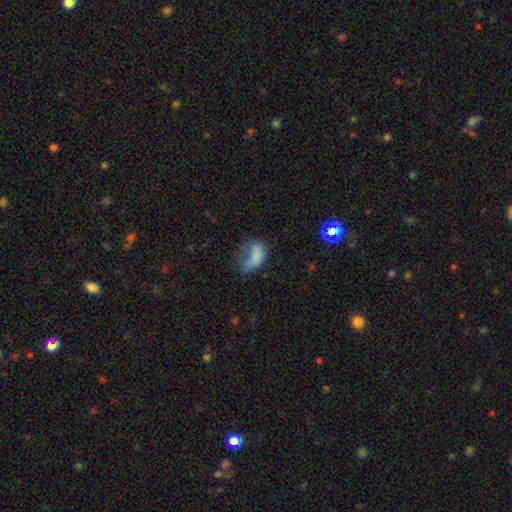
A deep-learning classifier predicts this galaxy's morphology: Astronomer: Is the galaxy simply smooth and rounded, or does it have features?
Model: smooth — 71%.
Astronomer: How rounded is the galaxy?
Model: in between — 87%.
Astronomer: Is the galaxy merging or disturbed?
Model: major disturbance — 48% (runner-up: minor disturbance, 26%).